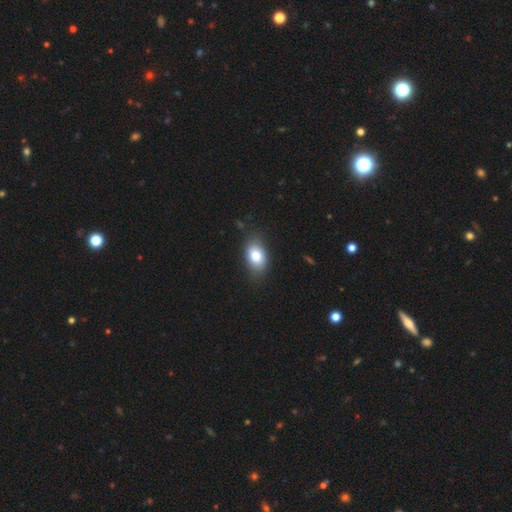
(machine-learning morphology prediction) This appears to be a smooth galaxy with no disk features (81%) that is in between round and cigar-shaped (87%). Merging: none (81%).